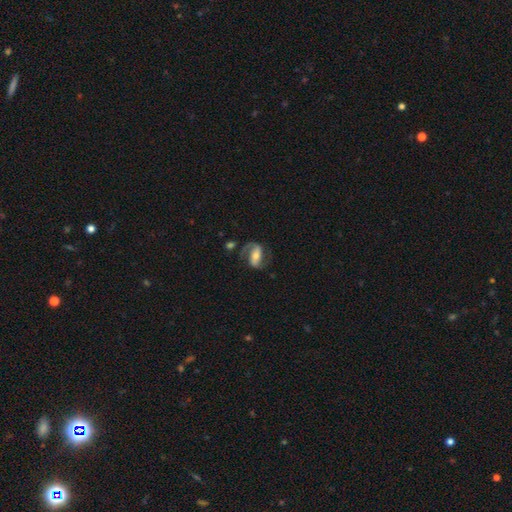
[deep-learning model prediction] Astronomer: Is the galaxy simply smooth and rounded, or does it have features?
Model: featured or disk — 76%.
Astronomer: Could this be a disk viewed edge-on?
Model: no — 96%.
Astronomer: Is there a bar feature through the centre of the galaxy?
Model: strong — 47% (runner-up: weak, 29%).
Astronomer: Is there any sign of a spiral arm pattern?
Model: yes — 91%.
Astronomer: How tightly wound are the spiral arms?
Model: medium — 47% (runner-up: loose, 33%).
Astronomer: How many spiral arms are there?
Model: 2 — 83%.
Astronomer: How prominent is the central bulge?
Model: moderate — 55% (runner-up: small, 33%).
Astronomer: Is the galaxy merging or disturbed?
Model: none — 62%.